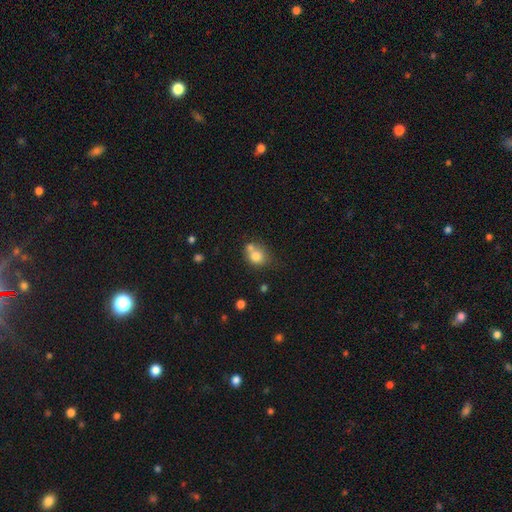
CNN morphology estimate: type=smooth (76%); roundness=round (71%); merging=none (42%).